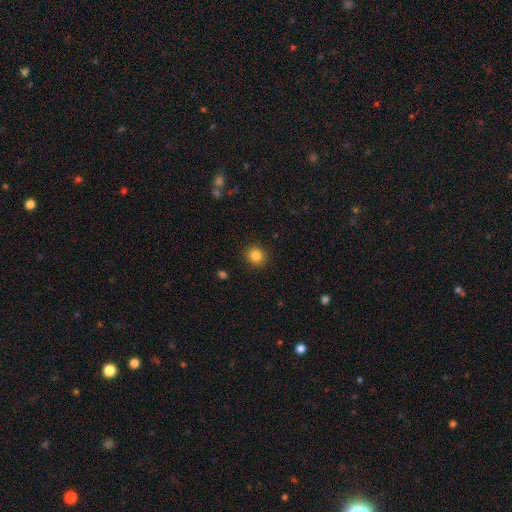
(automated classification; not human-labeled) Smooth or featured: smooth — 85% (star or artifact — 11%)
How rounded: round — 85% (in between — 14%)
Merging: none — 91% (minor disturbance — 6%)